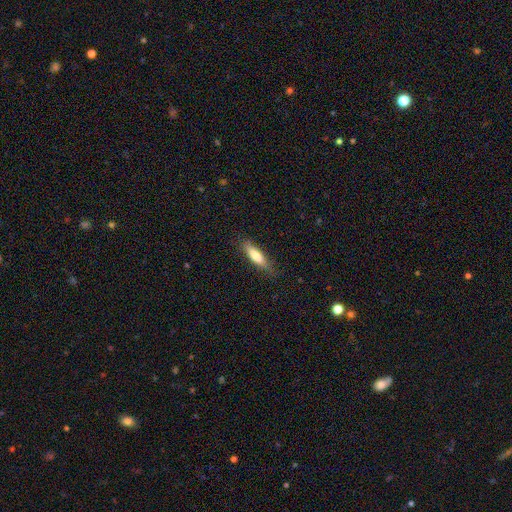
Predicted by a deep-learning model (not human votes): Smooth or featured: smooth — 74% (featured or disk — 20%)
How rounded: cigar-shaped — 65% (in between — 34%)
Merging: none — 80% (minor disturbance — 15%)